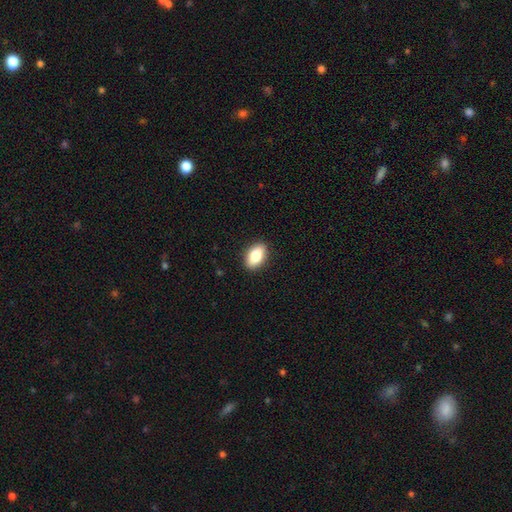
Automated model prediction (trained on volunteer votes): Morphology: type=smooth (83%); roundness=in between (90%); merging=none (90%).